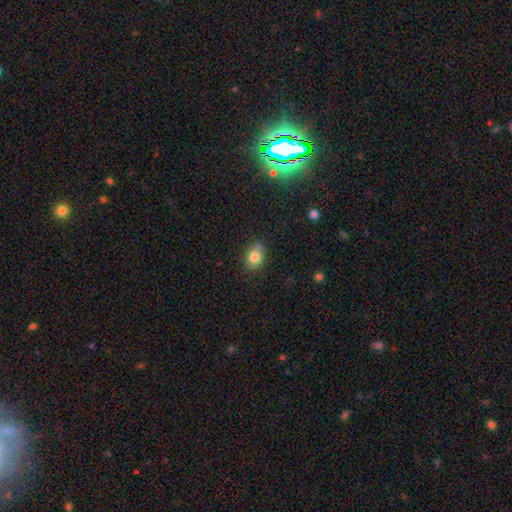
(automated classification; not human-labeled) The model was most divided on "how rounded": in between: 56%, round: 43%, cigar-shaped: 1%. More confident: smooth or featured — smooth (79%); merging — none (73%).